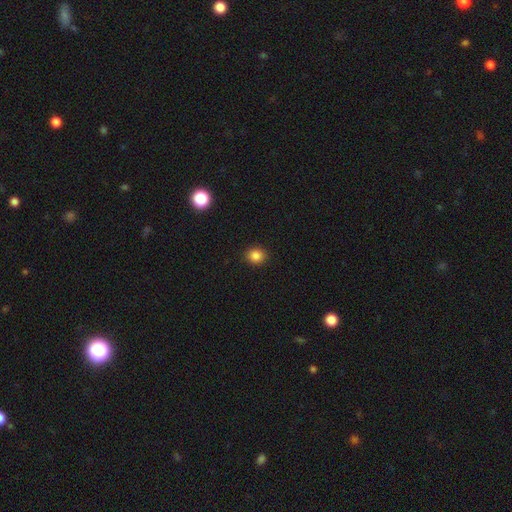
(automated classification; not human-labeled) smooth 85%, star or artifact 11%, featured or disk 4%. Down the decision tree: how rounded — round (79%); merging — none (91%).